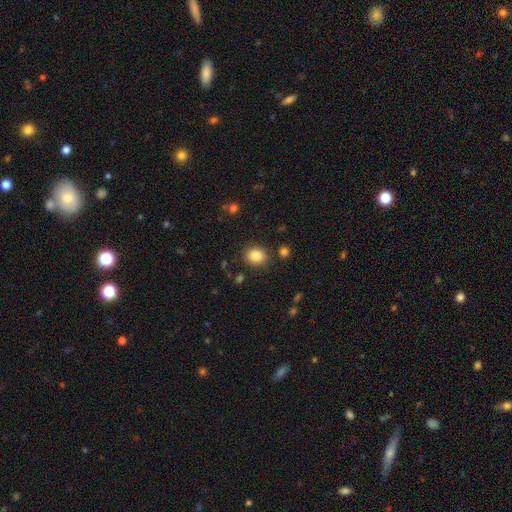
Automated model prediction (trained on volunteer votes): smooth-or-featured: smooth: 85% | star or artifact: 10% | featured or disk: 5%
  how-rounded: round: 60% | in between: 39% | cigar-shaped: 1%
  merging: none: 86% | minor disturbance: 8% | major disturbance: 3% | merger: 3%